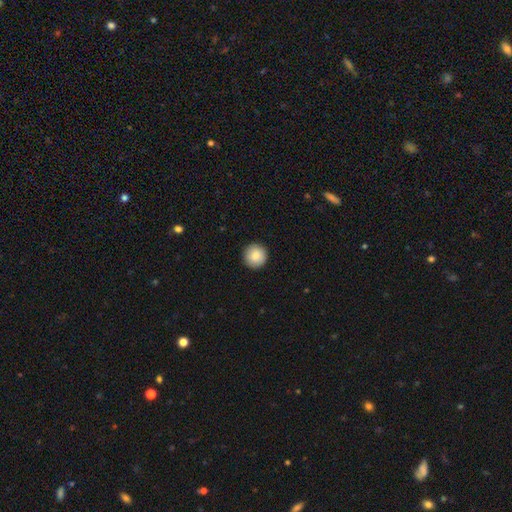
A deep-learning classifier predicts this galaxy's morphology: Q: Smooth or featured?
A: smooth (87%); runner-up: star or artifact (8%)
Q: How rounded?
A: round (96%); runner-up: in between (3%)
Q: Merging?
A: none (93%); runner-up: minor disturbance (5%)